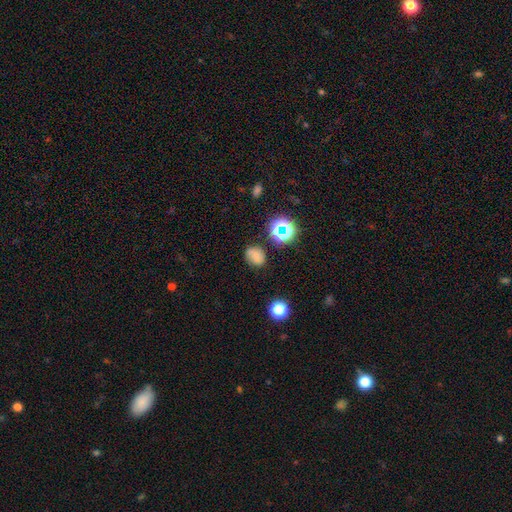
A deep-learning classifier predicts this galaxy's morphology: Smooth or featured?
  - smooth: 66% *
  - star or artifact: 19%
  - featured or disk: 14%
How rounded?
  - round: 52% *
  - in between: 47%
  - cigar-shaped: 1%
Merging?
  - none: 74% *
  - minor disturbance: 17%
  - major disturbance: 5%
  - merger: 4%